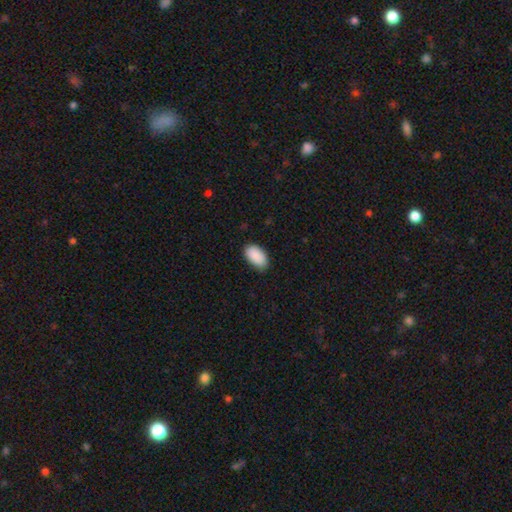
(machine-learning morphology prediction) This appears to be a smooth galaxy with no disk features (91%) that is in between round and cigar-shaped (95%). Merging: none (81%).